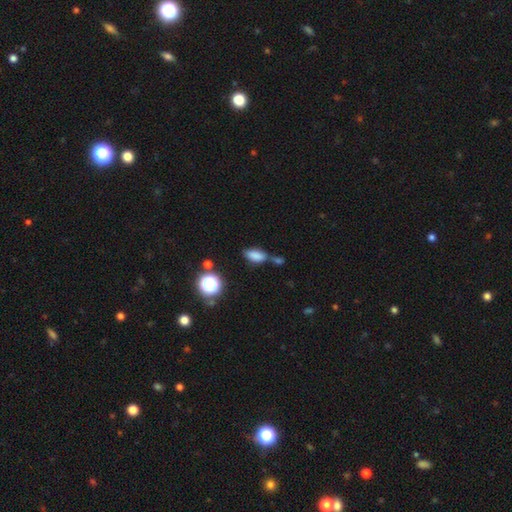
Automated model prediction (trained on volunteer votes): smooth_or_featured: smooth (p=0.78) [alt: star or artifact p=0.13]
how_rounded: in between (p=0.82) [alt: cigar-shaped p=0.12]
merging: none (p=0.52) [alt: merger p=0.23]